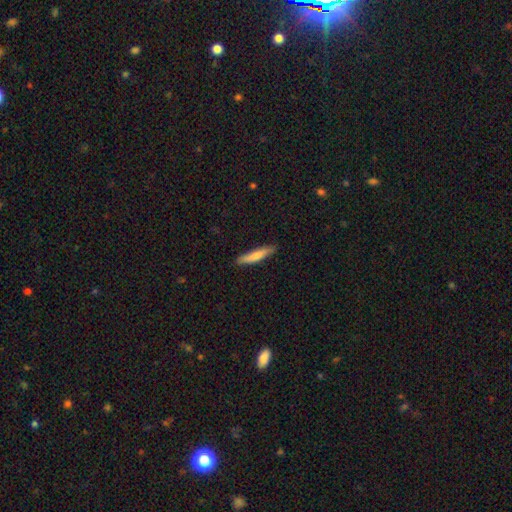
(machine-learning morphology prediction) The model was most divided on "smooth or featured": smooth: 72%, featured or disk: 23%, star or artifact: 5%. More confident: how rounded — cigar-shaped (88%); merging — none (87%).